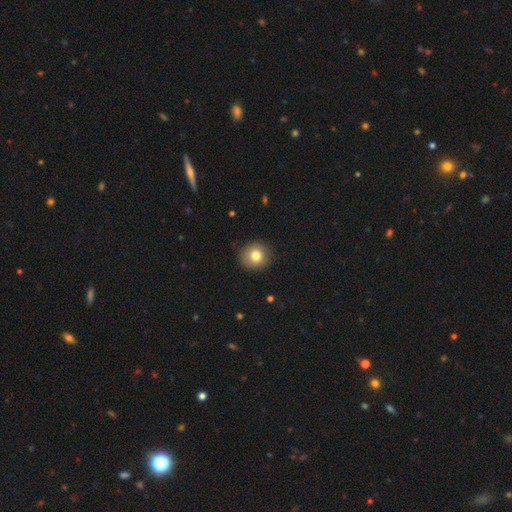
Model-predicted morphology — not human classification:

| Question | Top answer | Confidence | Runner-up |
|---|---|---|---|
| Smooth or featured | smooth | 80% | featured or disk (10%) |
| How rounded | round | 89% | in between (10%) |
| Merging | none | 90% | minor disturbance (7%) |